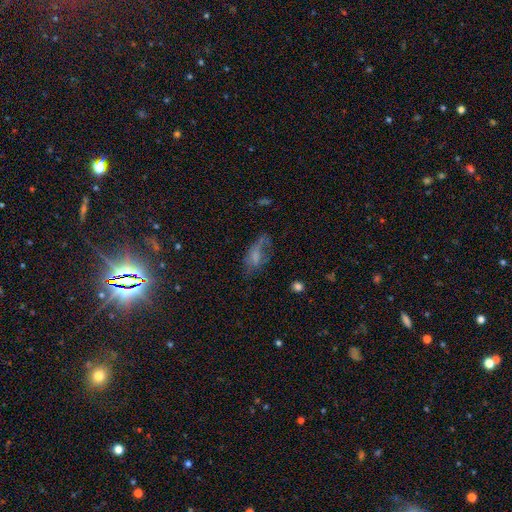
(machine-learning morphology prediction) type=smooth (51%); roundness=in between (83%); merging=none (38%).